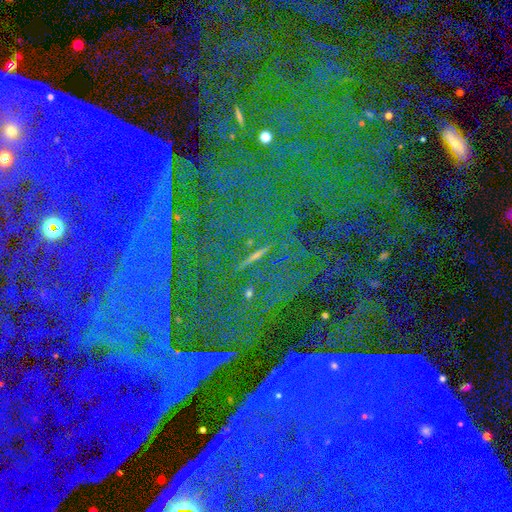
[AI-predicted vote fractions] A star or artifact, not a galaxy (87%).